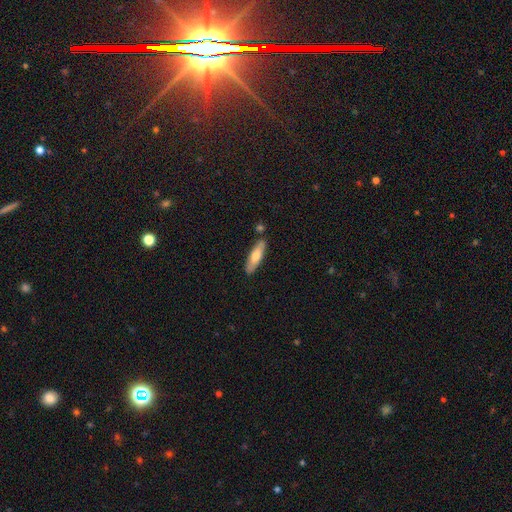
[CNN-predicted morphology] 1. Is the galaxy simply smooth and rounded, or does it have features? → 66% smooth, 28% featured or disk, 6% star or artifact.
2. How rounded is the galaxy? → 65% cigar-shaped, 34% in between, 2% round.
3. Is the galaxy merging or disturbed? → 82% none, 11% minor disturbance, 5% merger, 2% major disturbance.